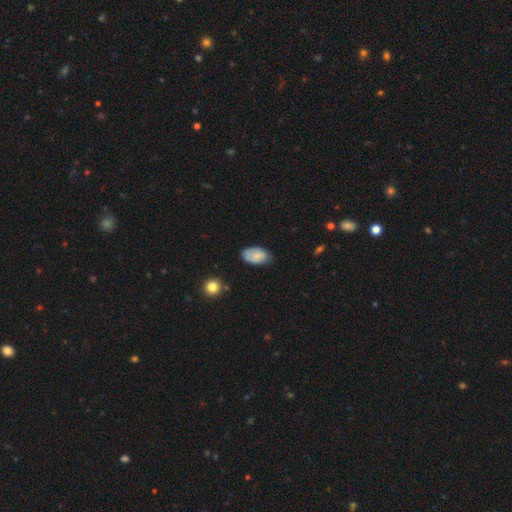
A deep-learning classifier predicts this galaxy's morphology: Smooth or featured: smooth — 75% (featured or disk — 18%)
How rounded: in between — 94% (round — 5%)
Merging: none — 66% (minor disturbance — 27%)